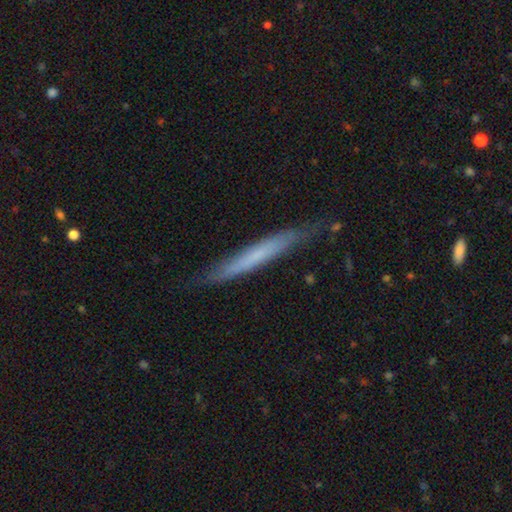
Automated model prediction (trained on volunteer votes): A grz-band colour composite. It shows a smooth galaxy with no disk features (50%). Merging: none (80%).